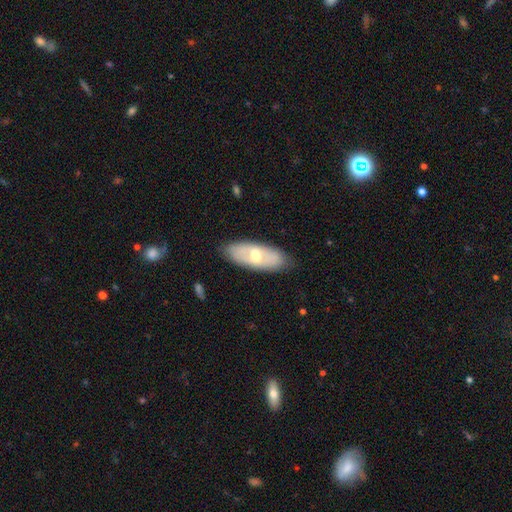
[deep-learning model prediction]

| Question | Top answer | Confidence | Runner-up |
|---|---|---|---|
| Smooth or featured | smooth | 48% | featured or disk (46%) |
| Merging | none | 83% | minor disturbance (13%) |